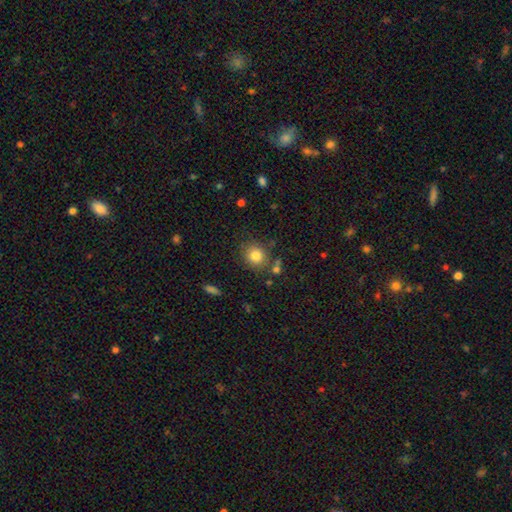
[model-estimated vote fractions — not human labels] Smooth or featured: smooth — 82% (star or artifact — 11%)
How rounded: round — 80% (in between — 19%)
Merging: none — 79% (minor disturbance — 11%)